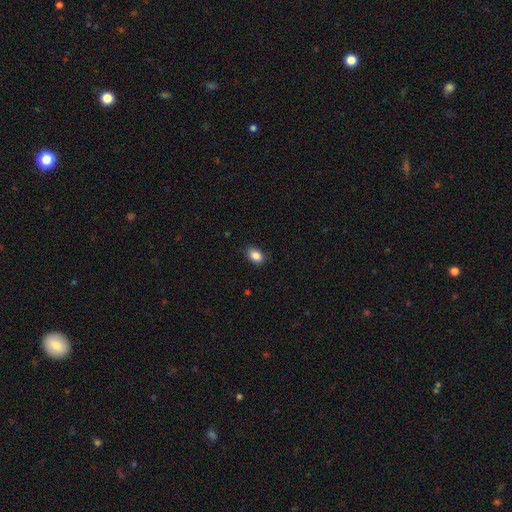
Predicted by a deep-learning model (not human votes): Smooth or featured? smooth (87%)
How rounded? in between (79%)
Merging? none (84%)